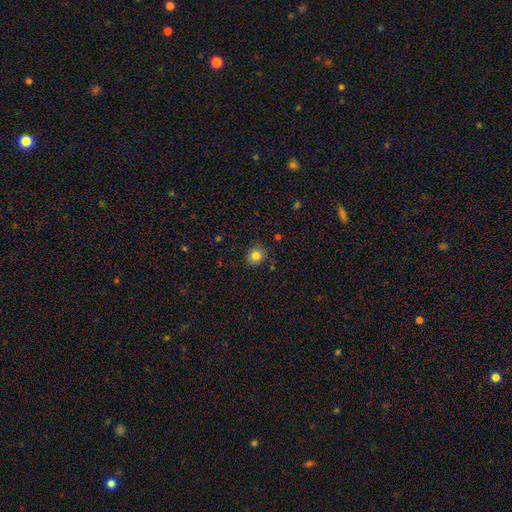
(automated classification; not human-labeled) smooth_or_featured: smooth (p=0.83) [alt: star or artifact p=0.11]
how_rounded: round (p=0.84) [alt: in between p=0.15]
merging: none (p=0.86) [alt: minor disturbance p=0.10]